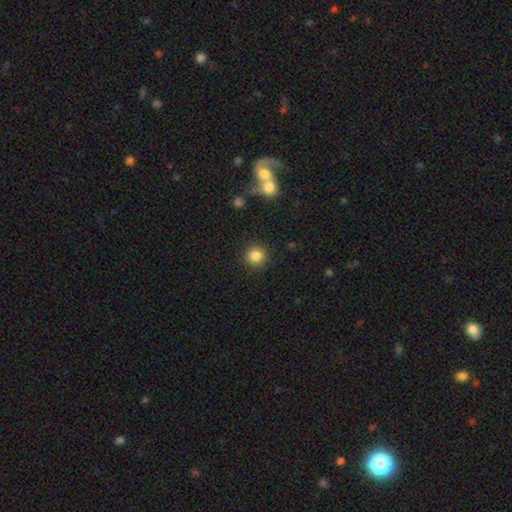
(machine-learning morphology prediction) type=smooth (85%); roundness=round (92%); merging=none (89%).